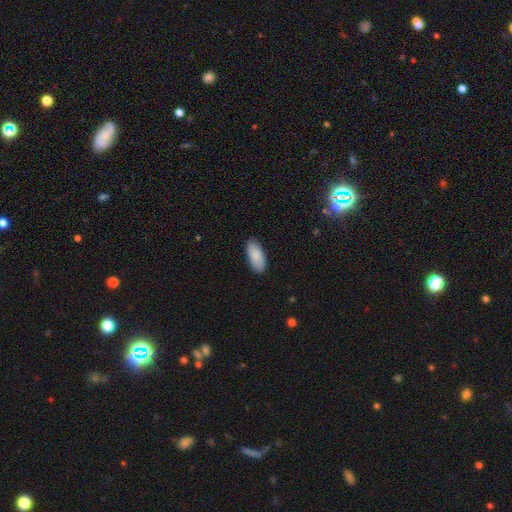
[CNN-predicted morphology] This appears to be a smooth galaxy with no disk features (89%) that is in between round and cigar-shaped (87%). Merging: none (87%).